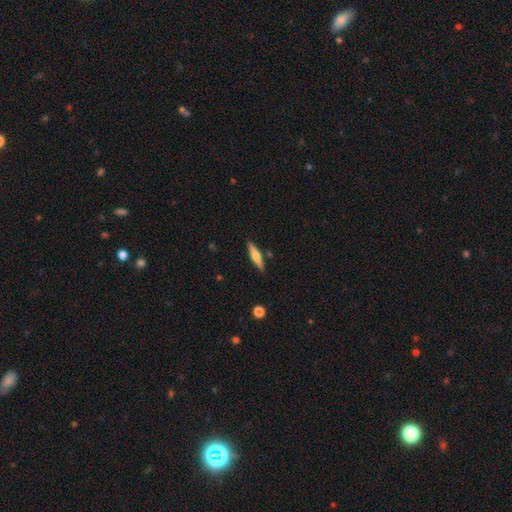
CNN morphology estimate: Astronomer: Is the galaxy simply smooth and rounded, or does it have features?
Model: smooth — 52% (runner-up: featured or disk, 41%).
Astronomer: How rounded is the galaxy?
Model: cigar-shaped — 80%.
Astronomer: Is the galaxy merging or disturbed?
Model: none — 86%.